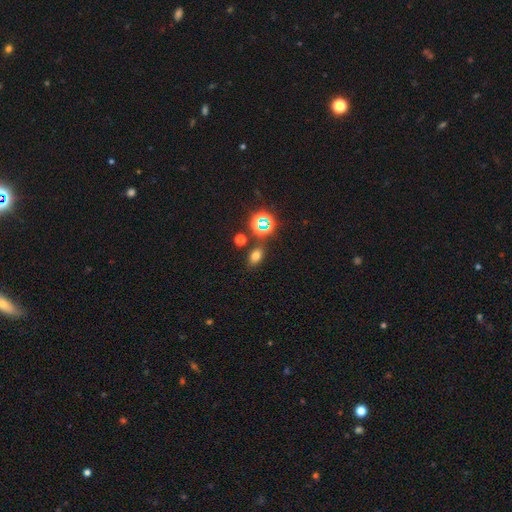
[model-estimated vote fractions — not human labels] Smooth or featured? Predicted: smooth (p=0.66). How rounded? Predicted: in between (p=0.76). Merging? Predicted: none (p=0.79).